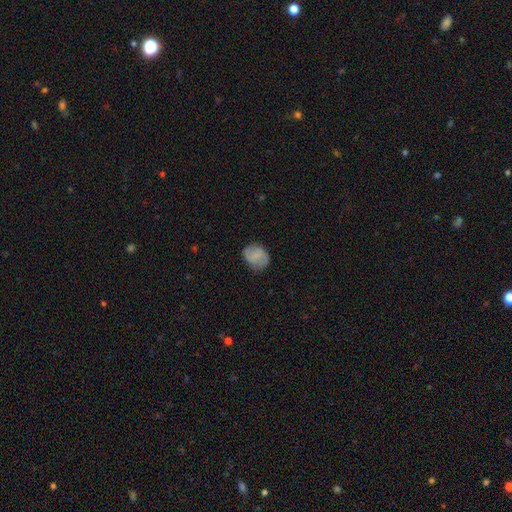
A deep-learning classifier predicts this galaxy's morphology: Smooth or featured: smooth — 66% (featured or disk — 25%)
How rounded: round — 58% (in between — 41%)
Merging: none — 75% (minor disturbance — 19%)